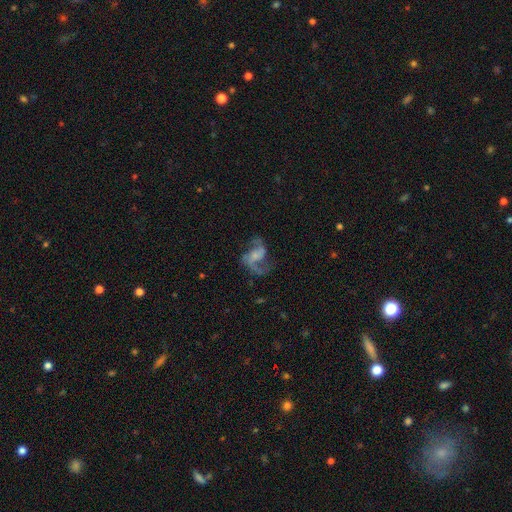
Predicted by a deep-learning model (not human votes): Q: Smooth or featured?
A: featured or disk (84%); runner-up: smooth (9%)
Q: Edge-on disk?
A: no (98%); runner-up: yes (2%)
Q: Bar?
A: no (49%); runner-up: weak (38%)
Q: Spiral arms?
A: yes (94%); runner-up: no (6%)
Q: Spiral winding?
A: loose (58%); runner-up: medium (35%)
Q: Spiral arm count?
A: 2 (85%); runner-up: 1 (7%)
Q: Bulge size?
A: small (49%); runner-up: none (24%)
Q: Merging?
A: none (56%); runner-up: major disturbance (25%)